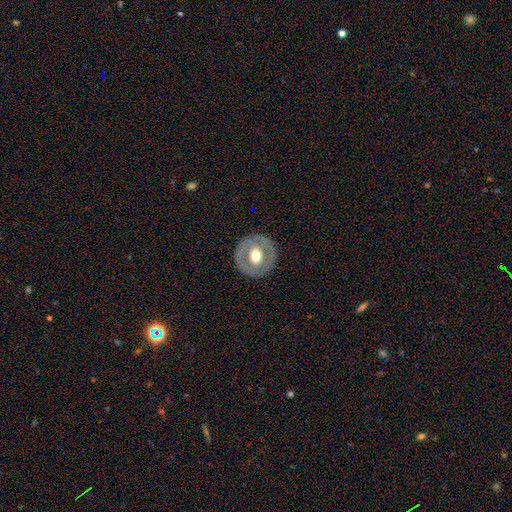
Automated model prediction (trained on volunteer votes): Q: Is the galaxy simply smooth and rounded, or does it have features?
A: featured or disk — 52%.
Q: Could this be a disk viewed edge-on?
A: no — 94%.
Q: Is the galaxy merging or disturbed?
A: none — 85%.